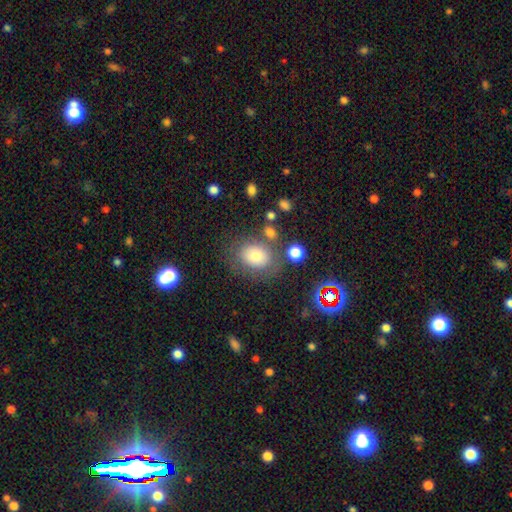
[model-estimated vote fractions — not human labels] smooth-or-featured: smooth: 71% | featured or disk: 15% | star or artifact: 13%
  how-rounded: round: 50% | in between: 49% | cigar-shaped: 1%
  merging: none: 70% | minor disturbance: 15% | merger: 7% | major disturbance: 7%